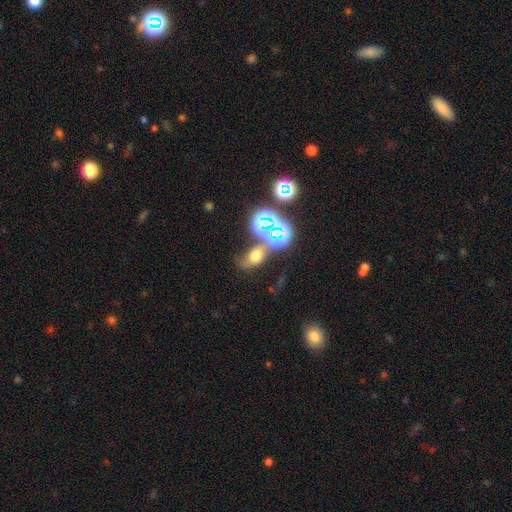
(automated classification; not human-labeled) This appears to be a smooth galaxy with no disk features (52%) that is in between round and cigar-shaped (73%). Merging: none (44%).